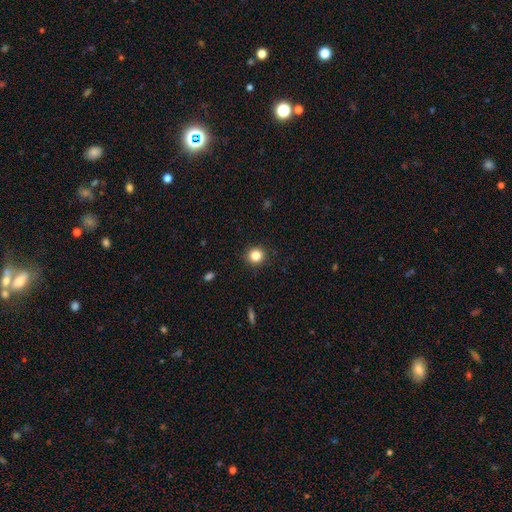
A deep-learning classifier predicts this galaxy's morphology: Q: Smooth or featured?
A: smooth (83%); runner-up: star or artifact (11%)
Q: How rounded?
A: round (93%); runner-up: in between (6%)
Q: Merging?
A: none (92%); runner-up: minor disturbance (5%)